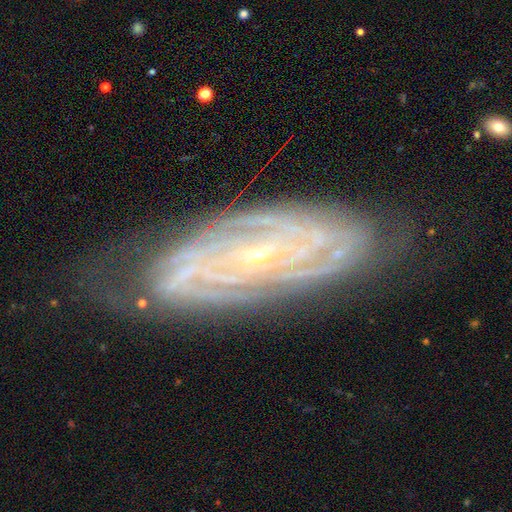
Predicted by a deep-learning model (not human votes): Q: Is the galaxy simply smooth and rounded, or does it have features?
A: featured or disk — 86%.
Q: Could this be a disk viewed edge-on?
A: no — 90%.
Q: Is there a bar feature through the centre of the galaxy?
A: no — 61%.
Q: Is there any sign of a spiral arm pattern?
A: yes — 95%.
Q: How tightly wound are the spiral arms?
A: tight — 75%.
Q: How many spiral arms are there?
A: can't tell — 37%.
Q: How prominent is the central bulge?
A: small — 82%.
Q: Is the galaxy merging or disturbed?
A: none — 70%.